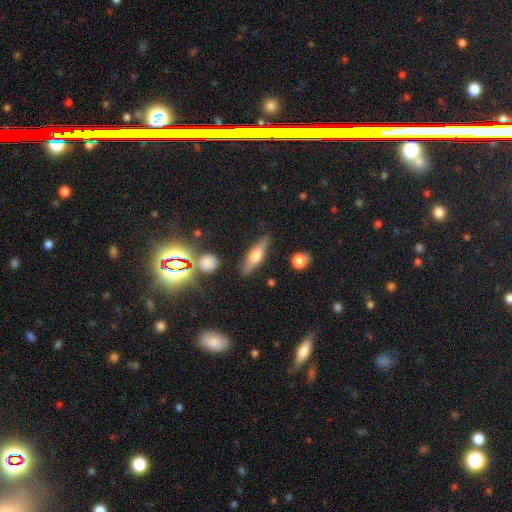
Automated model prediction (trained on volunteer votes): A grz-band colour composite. It shows a featured or disk galaxy (48%). Merging: none (84%).